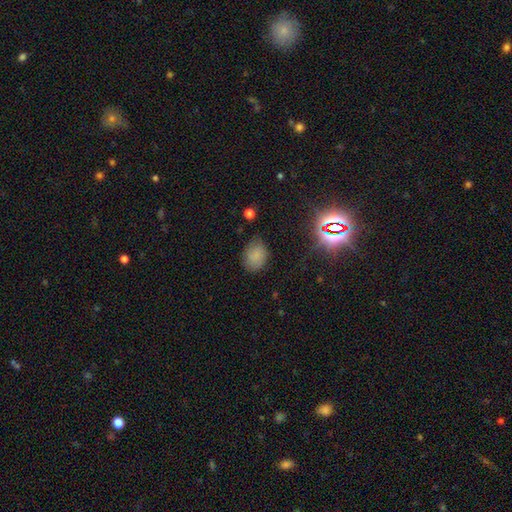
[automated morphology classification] Q: Smooth or featured?
A: smooth (76%); runner-up: star or artifact (13%)
Q: How rounded?
A: in between (67%); runner-up: round (32%)
Q: Merging?
A: none (70%); runner-up: minor disturbance (23%)